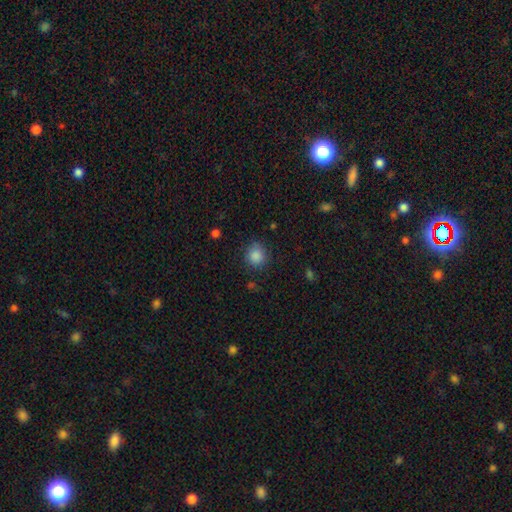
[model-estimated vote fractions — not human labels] smooth_or_featured: smooth (p=0.87) [alt: star or artifact p=0.09]
how_rounded: round (p=0.87) [alt: in between p=0.12]
merging: none (p=0.80) [alt: minor disturbance p=0.14]